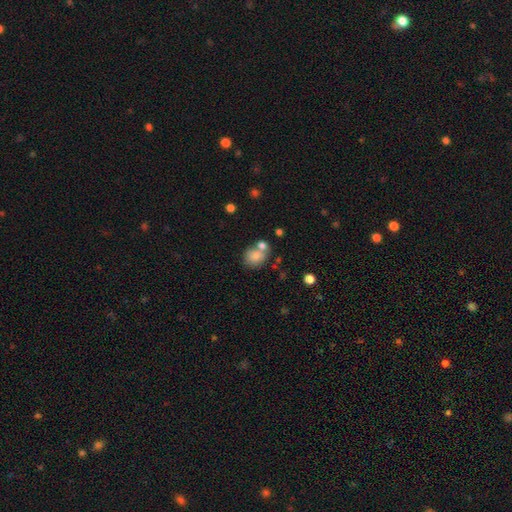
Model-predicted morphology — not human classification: This appears to be a smooth galaxy with no disk features (76%) that is round (64%). Merging: none (51%).